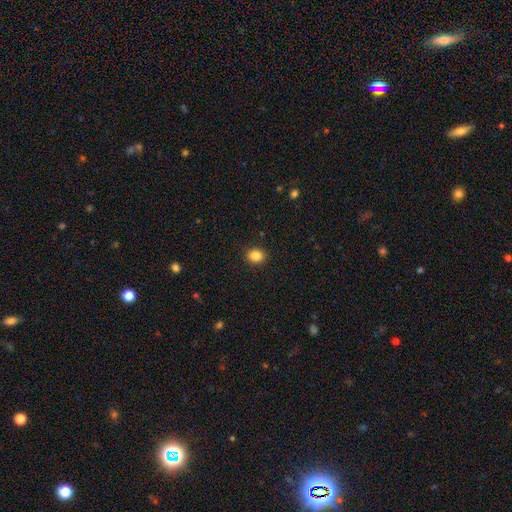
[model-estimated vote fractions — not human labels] smooth-or-featured: smooth: 86% | star or artifact: 10% | featured or disk: 4%
  how-rounded: round: 61% | in between: 38% | cigar-shaped: 1%
  merging: none: 91% | minor disturbance: 6% | major disturbance: 2% | merger: 1%